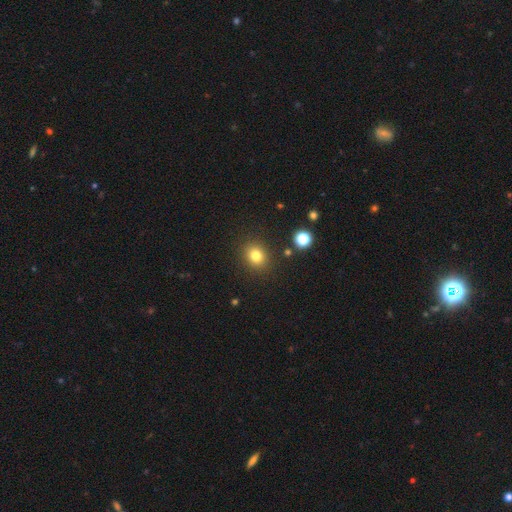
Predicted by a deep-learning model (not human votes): Smooth or featured? smooth (79%)
How rounded? round (72%)
Merging? none (88%)